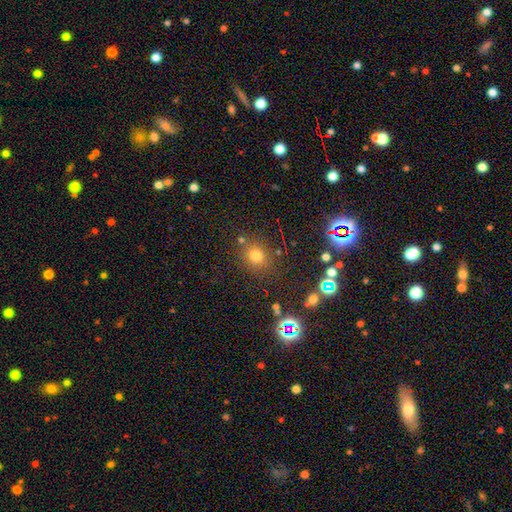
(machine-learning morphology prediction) smooth_or_featured: smooth (p=0.72) [alt: star or artifact p=0.21]
how_rounded: round (p=0.76) [alt: in between p=0.23]
merging: none (p=0.78) [alt: minor disturbance p=0.11]